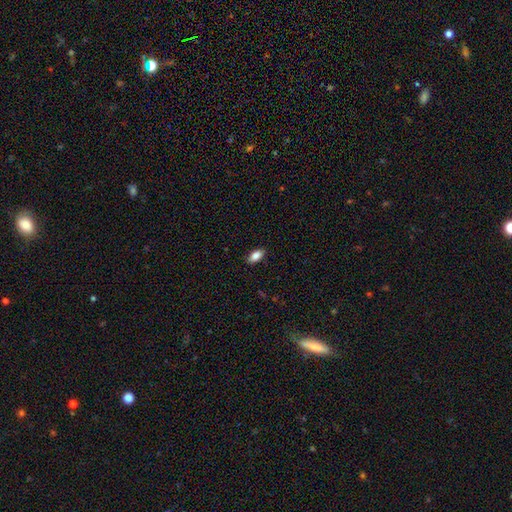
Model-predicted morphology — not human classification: Smooth or featured: smooth — 84% (featured or disk — 8%)
How rounded: in between — 89% (cigar-shaped — 7%)
Merging: none — 88% (minor disturbance — 9%)